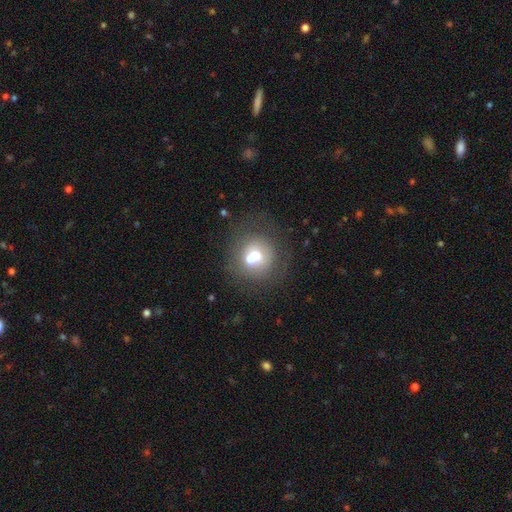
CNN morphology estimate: Overall: smooth (58%; featured or disk 30%). How rounded: round (91%). Merging: none (48%; merger 37%).